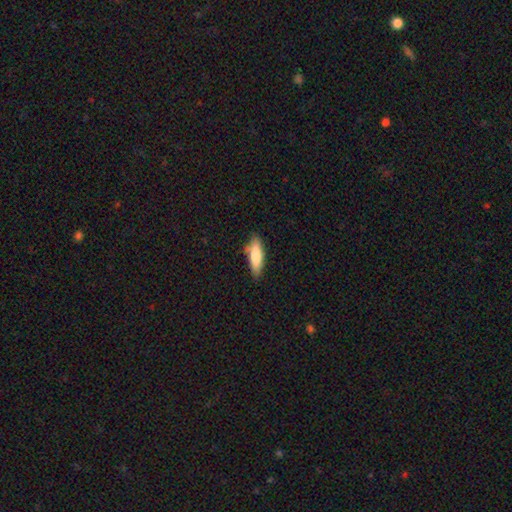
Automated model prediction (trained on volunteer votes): smooth_or_featured: smooth (p=0.78) [alt: featured or disk p=0.16]
how_rounded: cigar-shaped (p=0.49) [tied with: in between p=0.49]
merging: none (p=0.73) [alt: minor disturbance p=0.20]